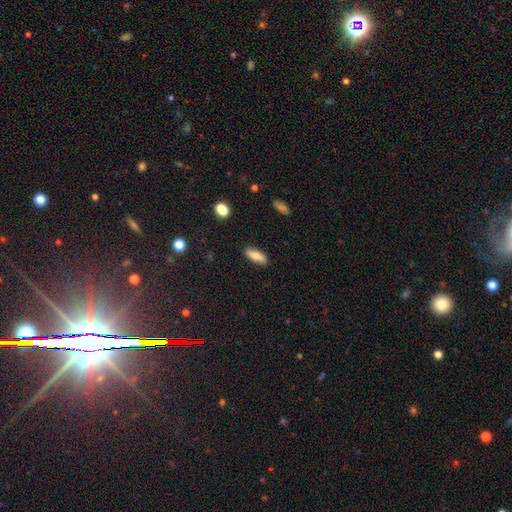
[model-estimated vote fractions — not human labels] Q: Smooth or featured?
A: smooth (80%); runner-up: featured or disk (12%)
Q: How rounded?
A: in between (63%); runner-up: cigar-shaped (35%)
Q: Merging?
A: none (86%); runner-up: minor disturbance (10%)